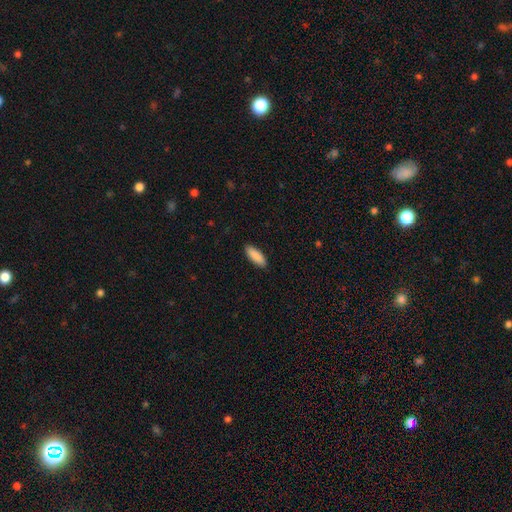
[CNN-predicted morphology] Smooth or featured? Predicted: smooth (p=0.91). How rounded? Predicted: in between (p=0.67). Merging? Predicted: none (p=0.90).